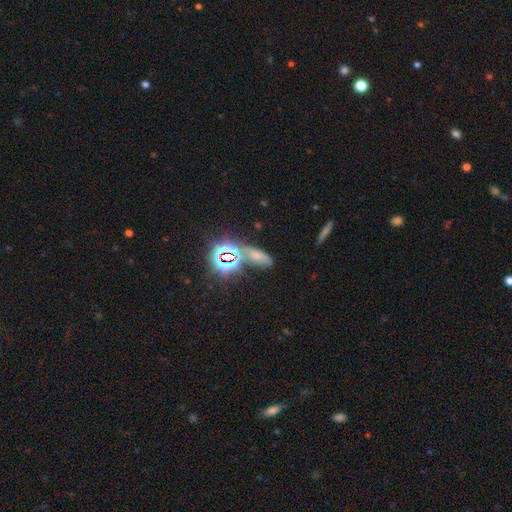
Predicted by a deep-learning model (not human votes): Smooth or featured? smooth (44%)
Merging? none (54%)